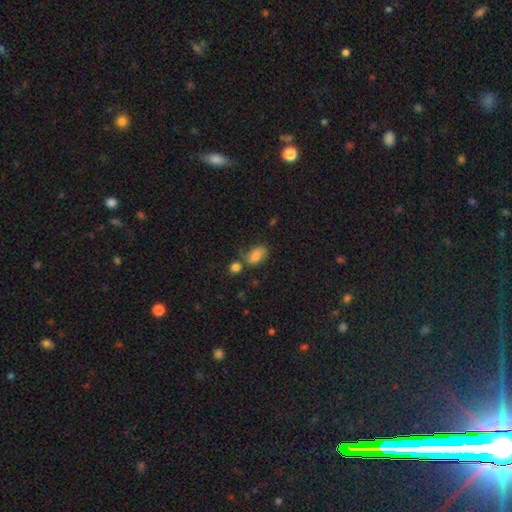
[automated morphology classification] This appears to be a smooth galaxy with no disk features (75%) that is in between round and cigar-shaped (87%). Merging: none (43%).